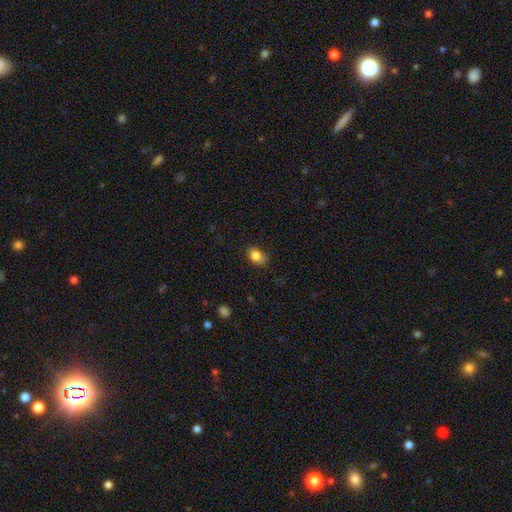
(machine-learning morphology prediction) The model was most divided on "merging": none: 61%, minor disturbance: 29%, major disturbance: 7%, merger: 2%. More confident: smooth or featured — smooth (83%); how rounded — in between (72%).